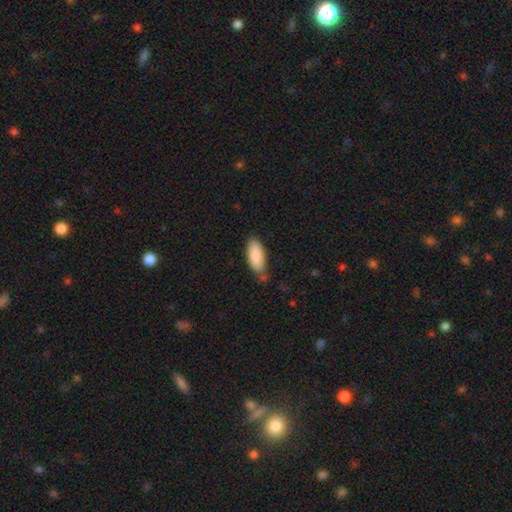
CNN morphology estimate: This appears to be a smooth galaxy with no disk features (88%) that is in between round and cigar-shaped (82%). Merging: none (68%).